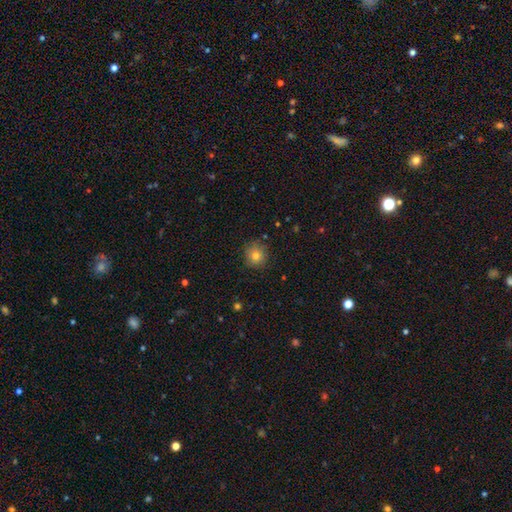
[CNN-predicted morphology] smooth_or_featured: smooth (p=0.79) [alt: star or artifact p=0.12]
how_rounded: round (p=0.91) [alt: in between p=0.08]
merging: none (p=0.85) [alt: minor disturbance p=0.11]